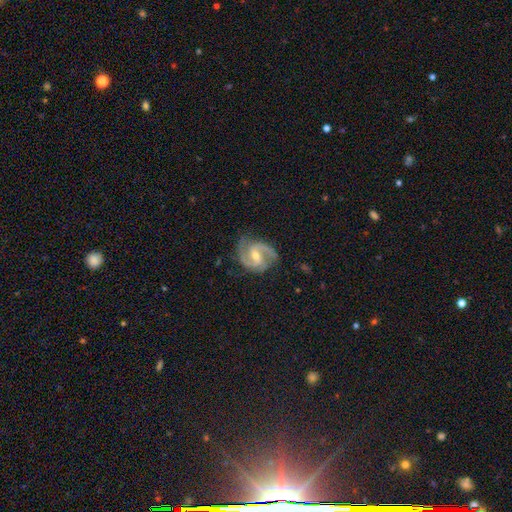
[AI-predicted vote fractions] This appears to be a featured or disk galaxy (92%) with a weak bar (47%), 2 (80%) medium (61%) spiral arms (98%) and a moderate central bulge (49%). Merging: none (76%).